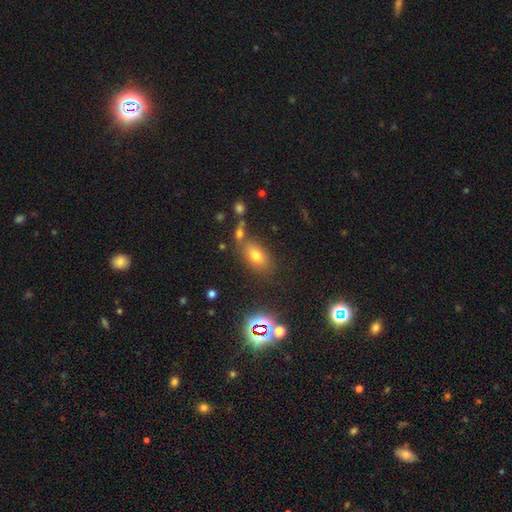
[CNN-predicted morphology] smooth 69%, star or artifact 18%, featured or disk 13%. Down the decision tree: how rounded — in between (82%); merging — none (66%).